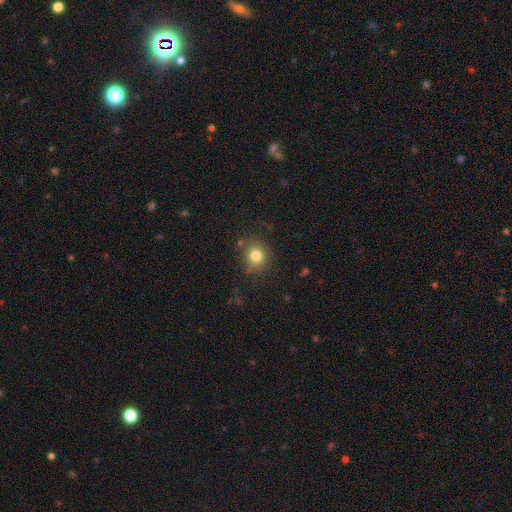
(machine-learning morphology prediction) A smooth galaxy with no disk features (78%) that is round (82%).

Vote fractions:
- Smooth or featured? smooth: 78% / star or artifact: 13% / featured or disk: 9%
- How rounded? round: 82% / in between: 17% / cigar-shaped: 1%
- Merging? none: 80% / minor disturbance: 13% / major disturbance: 4% / merger: 3%